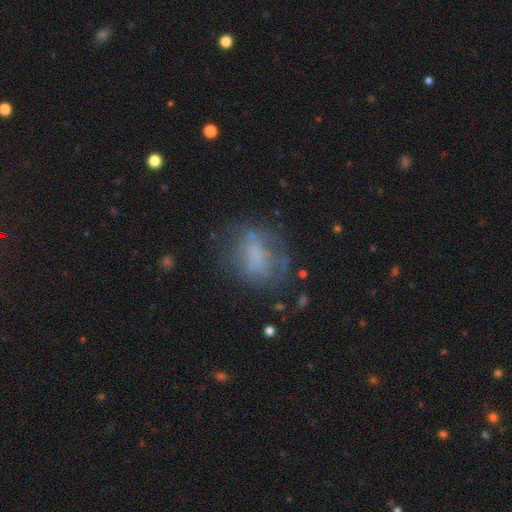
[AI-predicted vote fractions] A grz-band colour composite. It shows a smooth galaxy with no disk features (54%) that is in between round and cigar-shaped (57%). Merging: none (57%).